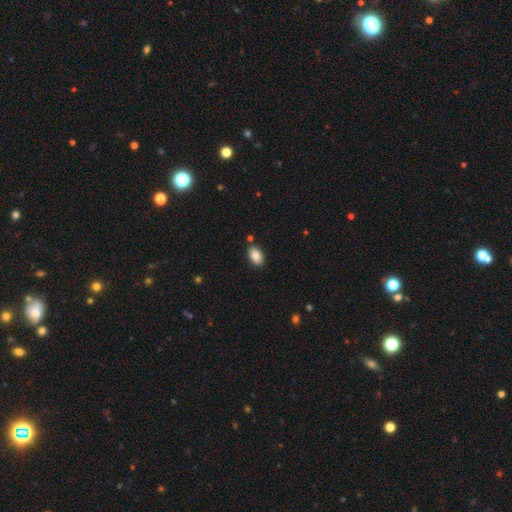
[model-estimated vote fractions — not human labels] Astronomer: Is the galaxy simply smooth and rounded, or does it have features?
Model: smooth — 88%.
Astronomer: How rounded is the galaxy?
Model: in between — 91%.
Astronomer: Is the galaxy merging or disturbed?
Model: none — 84%.